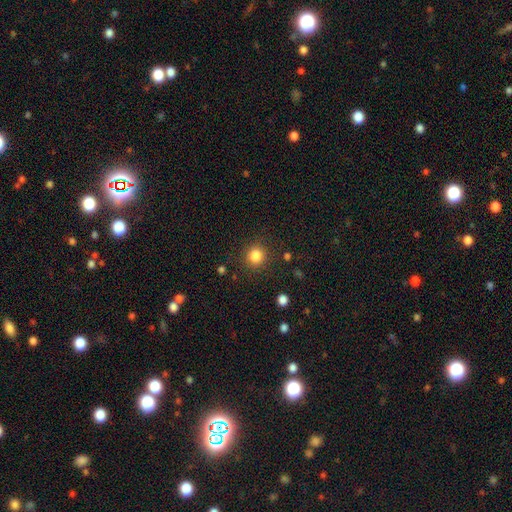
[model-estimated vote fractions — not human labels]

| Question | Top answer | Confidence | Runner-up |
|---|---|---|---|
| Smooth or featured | smooth | 84% | star or artifact (11%) |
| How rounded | round | 89% | in between (10%) |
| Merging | none | 87% | minor disturbance (8%) |